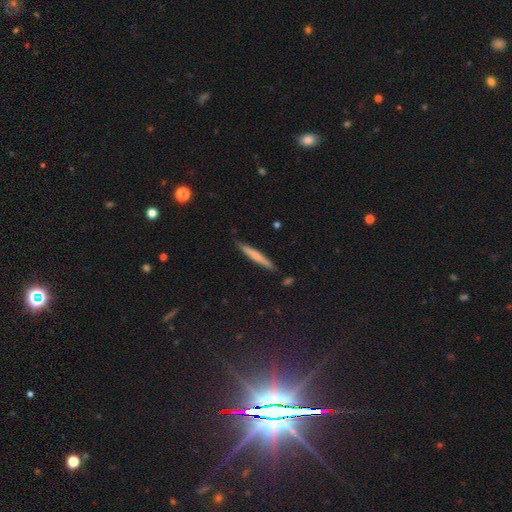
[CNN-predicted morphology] smooth 60%, featured or disk 33%, star or artifact 7%. Down the decision tree: how rounded — cigar-shaped (95%); merging — none (86%).